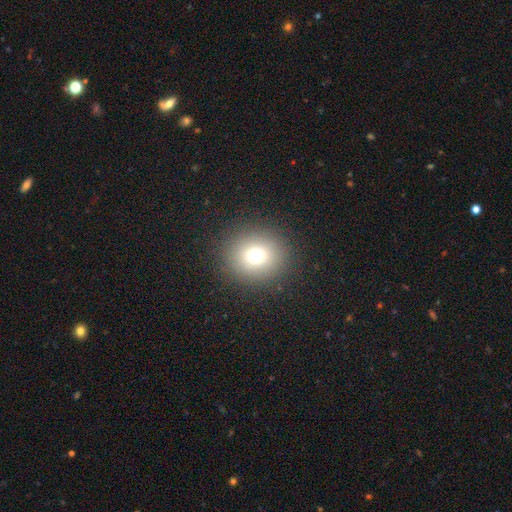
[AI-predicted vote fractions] smooth-or-featured: smooth: 72% | star or artifact: 18% | featured or disk: 10%
  how-rounded: round: 87% | in between: 12% | cigar-shaped: 1%
  merging: none: 89% | minor disturbance: 6% | major disturbance: 4% | merger: 1%